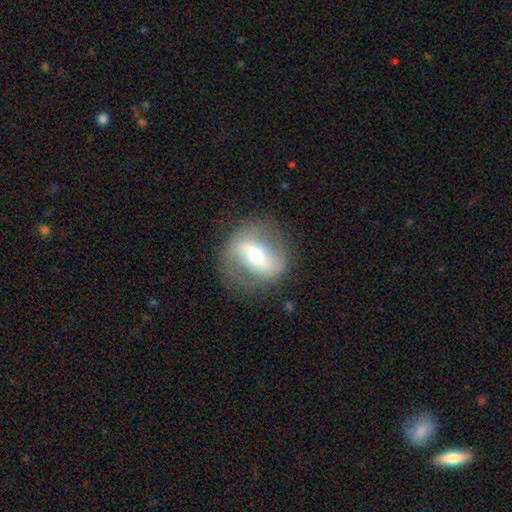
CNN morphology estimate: A featured or disk galaxy (71%) with a strong bar (54%), spiral arms (64%) and a moderate central bulge (65%). Merging: none (80%).